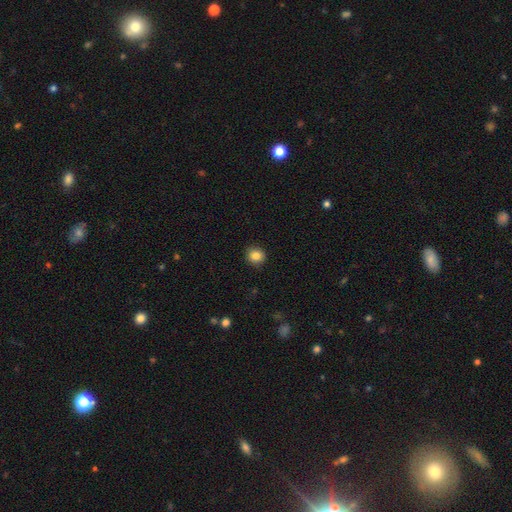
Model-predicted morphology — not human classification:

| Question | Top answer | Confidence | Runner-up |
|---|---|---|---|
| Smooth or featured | smooth | 85% | star or artifact (10%) |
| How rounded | round | 88% | in between (12%) |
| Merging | none | 91% | minor disturbance (6%) |